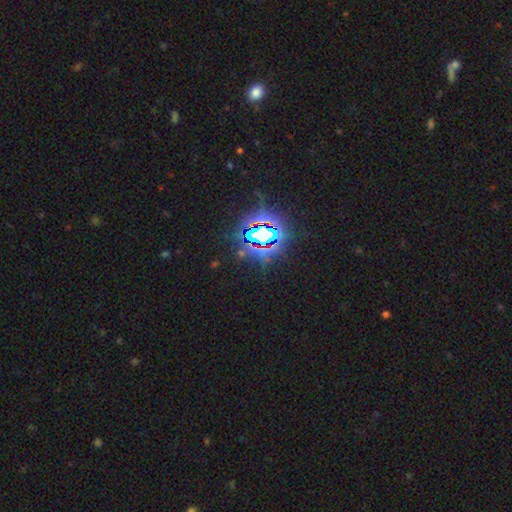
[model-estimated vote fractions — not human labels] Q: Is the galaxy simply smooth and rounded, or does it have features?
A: star or artifact — 84%.